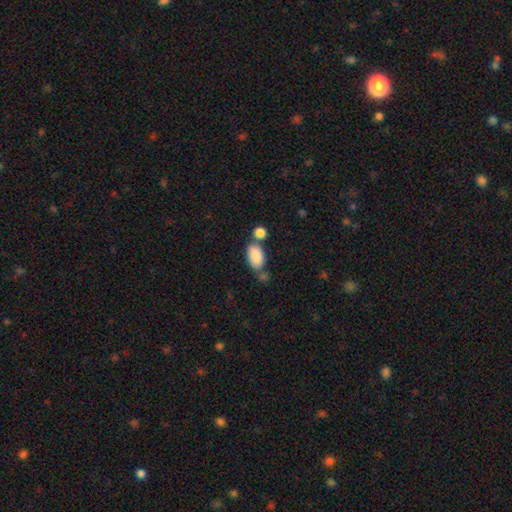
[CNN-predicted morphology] Smooth or featured: smooth — 87% (star or artifact — 7%)
How rounded: in between — 93% (round — 5%)
Merging: none — 51% (merger — 28%)